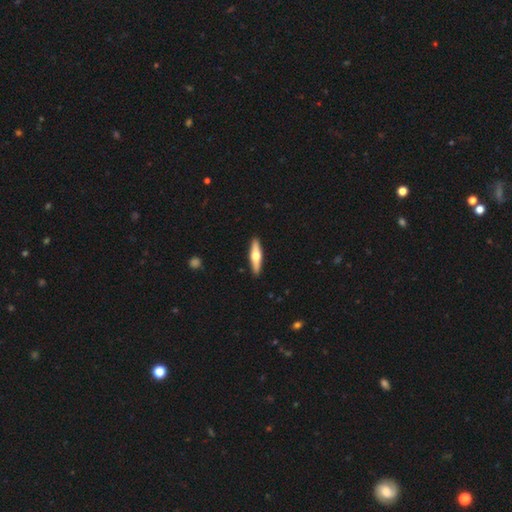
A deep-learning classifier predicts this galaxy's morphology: Overall: featured or disk (53%; smooth 43%). Edge-on disk: yes (94%). Merging: none (92%).